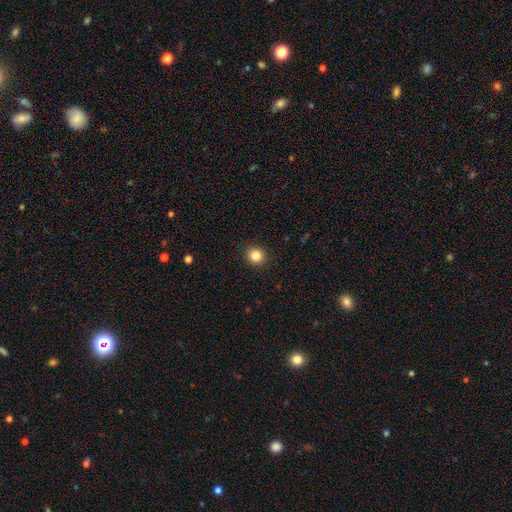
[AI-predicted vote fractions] Smooth or featured?
  - smooth: 84% *
  - star or artifact: 11%
  - featured or disk: 4%
How rounded?
  - round: 88% *
  - in between: 11%
  - cigar-shaped: 1%
Merging?
  - none: 92% *
  - minor disturbance: 5%
  - major disturbance: 2%
  - merger: 1%